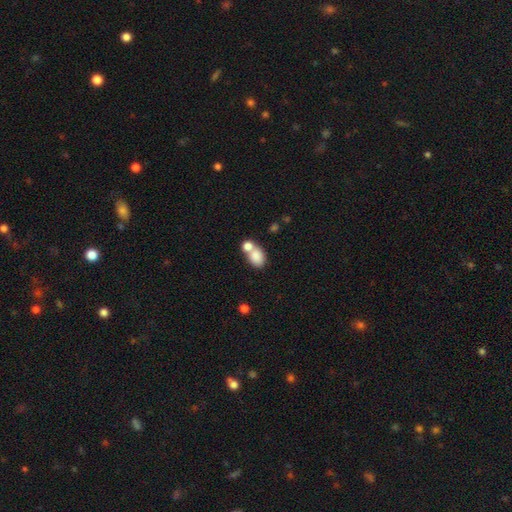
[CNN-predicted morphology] Smooth or featured?
  - smooth: 82% *
  - featured or disk: 10%
  - star or artifact: 8%
How rounded?
  - in between: 73% *
  - round: 25%
  - cigar-shaped: 2%
Merging?
  - merger: 51% *
  - none: 35%
  - minor disturbance: 10%
  - major disturbance: 5%